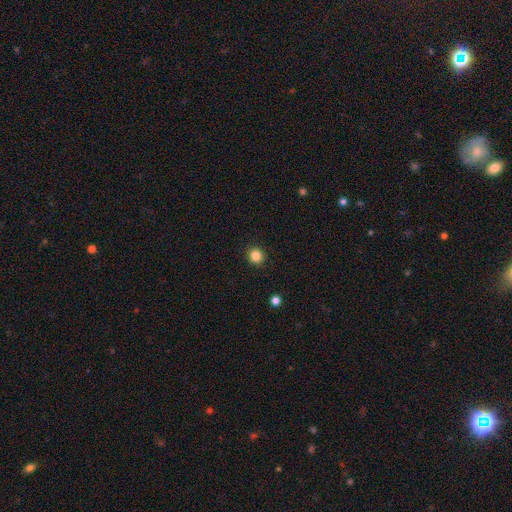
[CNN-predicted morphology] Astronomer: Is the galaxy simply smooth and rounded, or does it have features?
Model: smooth — 84%.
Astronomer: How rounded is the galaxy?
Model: round — 88%.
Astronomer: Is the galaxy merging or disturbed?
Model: none — 92%.